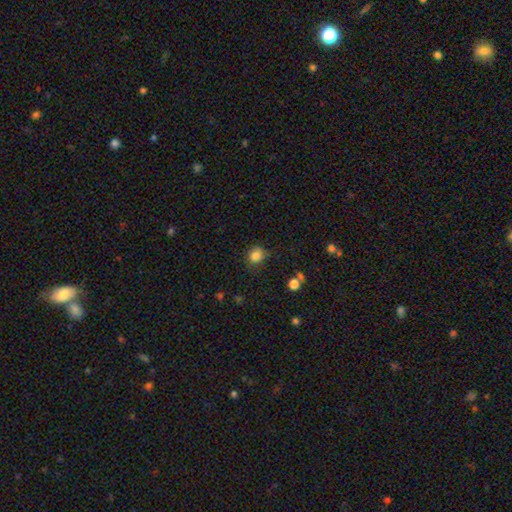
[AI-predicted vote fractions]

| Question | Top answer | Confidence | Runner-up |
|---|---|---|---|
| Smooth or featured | smooth | 83% | star or artifact (12%) |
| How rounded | round | 71% | in between (28%) |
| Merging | none | 68% | minor disturbance (23%) |